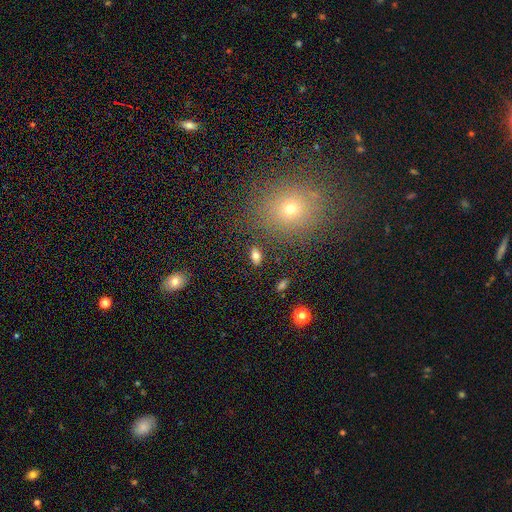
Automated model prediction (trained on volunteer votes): Overall: smooth (77%). How rounded: in between (85%). Merging: none (85%).